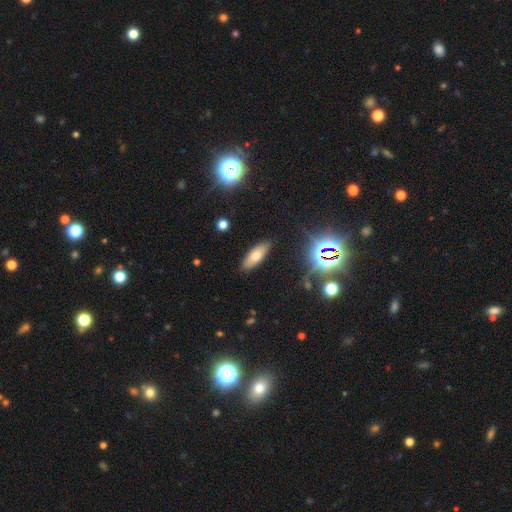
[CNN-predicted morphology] Smooth or featured?
  - smooth: 67% *
  - featured or disk: 20%
  - star or artifact: 13%
How rounded?
  - in between: 66% *
  - cigar-shaped: 31%
  - round: 3%
Merging?
  - none: 87% *
  - minor disturbance: 9%
  - major disturbance: 2%
  - merger: 2%